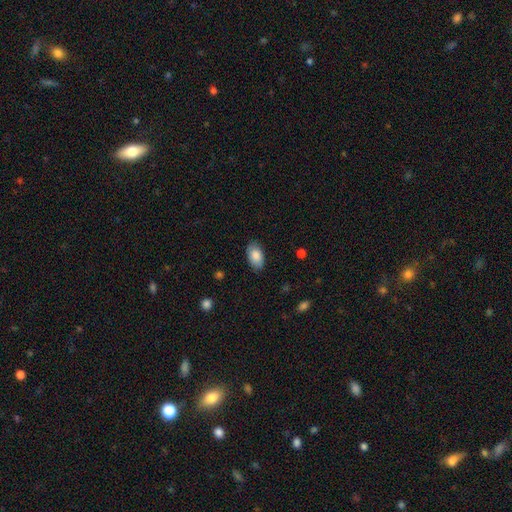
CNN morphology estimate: Q: Smooth or featured?
A: smooth (86%); runner-up: featured or disk (8%)
Q: How rounded?
A: in between (93%); runner-up: round (5%)
Q: Merging?
A: none (84%); runner-up: minor disturbance (13%)